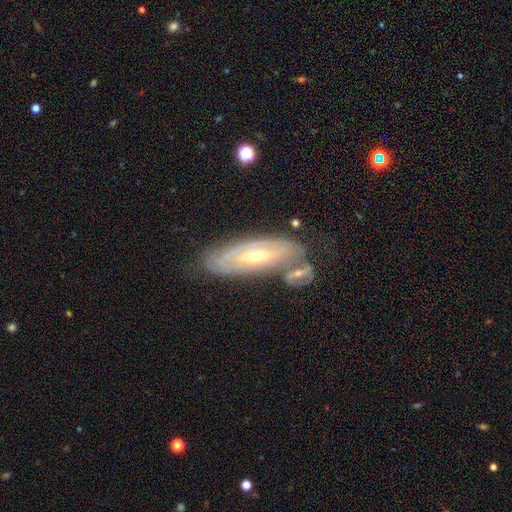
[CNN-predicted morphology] The model was most divided on "bulge size" (2-way tie): moderate: 49%, small: 49%, large: 1%, none: 1%, dominant: 1%. More confident: edge-on disk — no (78%); smooth or featured — featured or disk (75%); spiral arms — yes (72%); merging — none (67%); bar — no (57%).